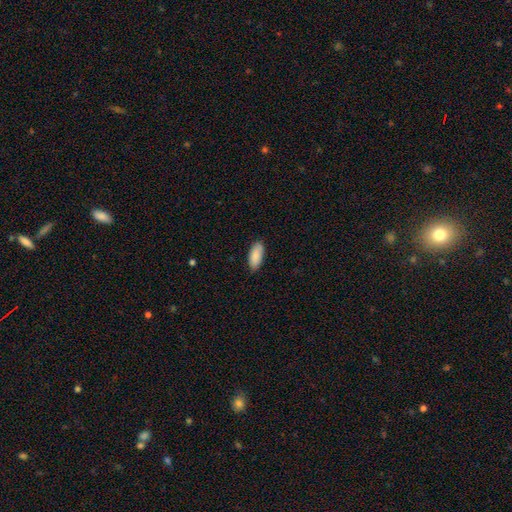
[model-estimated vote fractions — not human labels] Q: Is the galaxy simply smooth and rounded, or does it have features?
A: smooth — 89%.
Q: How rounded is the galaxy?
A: in between — 90%.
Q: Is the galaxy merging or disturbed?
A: none — 86%.